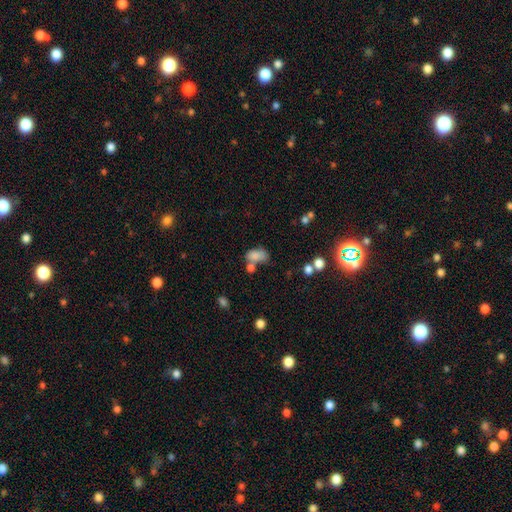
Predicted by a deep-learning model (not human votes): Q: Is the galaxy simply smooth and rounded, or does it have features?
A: smooth — 78%.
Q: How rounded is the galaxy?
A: in between — 87%.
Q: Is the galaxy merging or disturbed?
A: none — 36%.